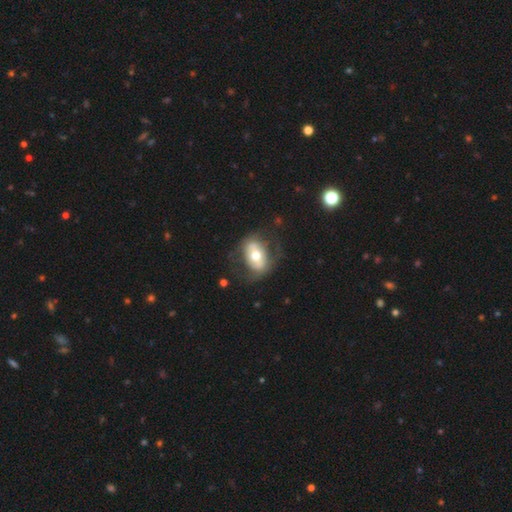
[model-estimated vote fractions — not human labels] Morphology: type=featured or disk (47%, tied with smooth); merging=none (67%).